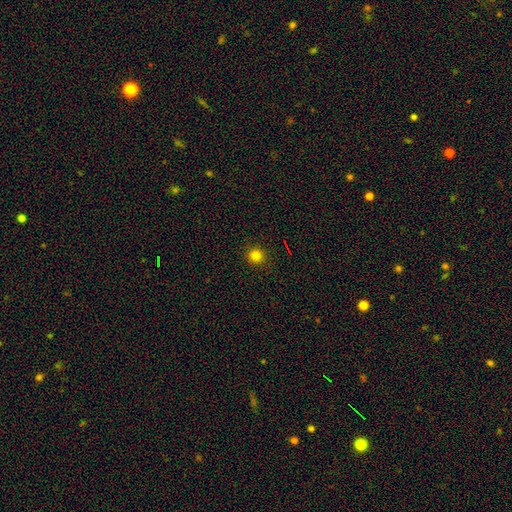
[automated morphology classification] This is clearly a smooth galaxy (81%). How rounded: clearly round (94%). Merging: clearly none (92%).